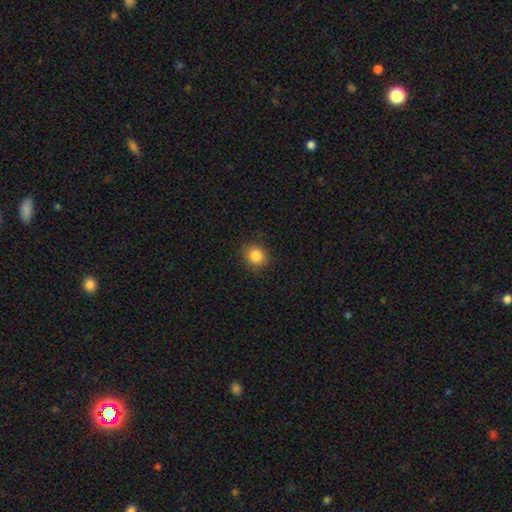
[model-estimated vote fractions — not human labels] This is clearly a smooth galaxy (86%). How rounded: clearly round (83%). Merging: clearly none (89%).